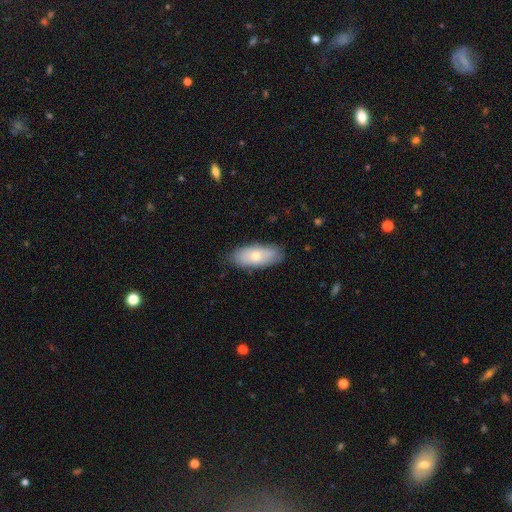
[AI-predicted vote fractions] Smooth or featured: smooth — 67% (featured or disk — 26%)
How rounded: in between — 81% (cigar-shaped — 15%)
Merging: none — 85% (minor disturbance — 12%)